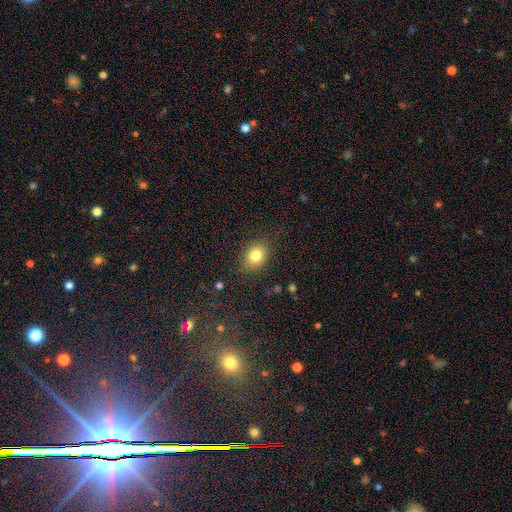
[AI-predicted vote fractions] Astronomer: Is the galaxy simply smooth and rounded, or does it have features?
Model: smooth — 80%.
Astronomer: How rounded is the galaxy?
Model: in between — 51% (runner-up: round, 48%).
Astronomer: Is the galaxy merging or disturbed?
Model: none — 82%.